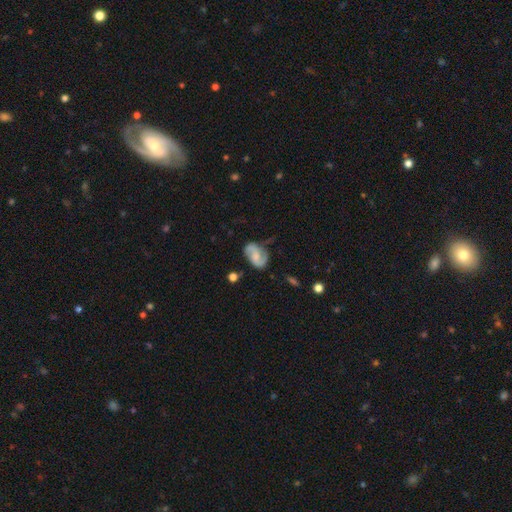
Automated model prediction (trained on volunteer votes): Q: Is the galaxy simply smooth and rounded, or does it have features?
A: featured or disk — 71%.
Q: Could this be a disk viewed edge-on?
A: no — 97%.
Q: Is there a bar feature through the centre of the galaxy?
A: no — 52%.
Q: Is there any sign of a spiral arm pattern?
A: yes — 93%.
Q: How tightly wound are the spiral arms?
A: medium — 43%.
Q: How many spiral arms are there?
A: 2 — 88%.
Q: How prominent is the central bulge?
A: none — 39%.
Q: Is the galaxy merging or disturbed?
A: none — 60%.